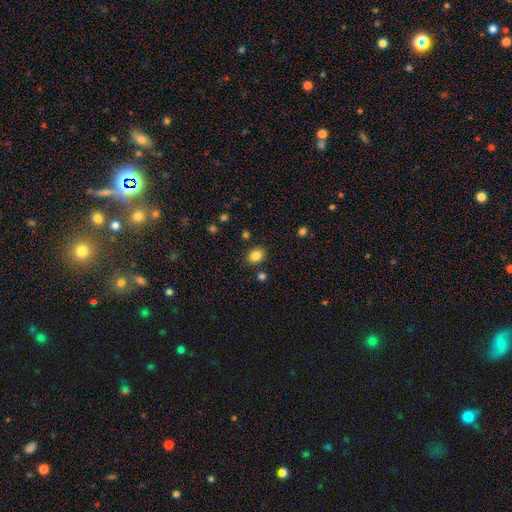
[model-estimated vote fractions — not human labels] Smooth or featured?
  - smooth: 85% *
  - star or artifact: 10%
  - featured or disk: 5%
How rounded?
  - in between: 55% *
  - round: 44%
  - cigar-shaped: 1%
Merging?
  - none: 85% *
  - minor disturbance: 9%
  - merger: 3%
  - major disturbance: 3%